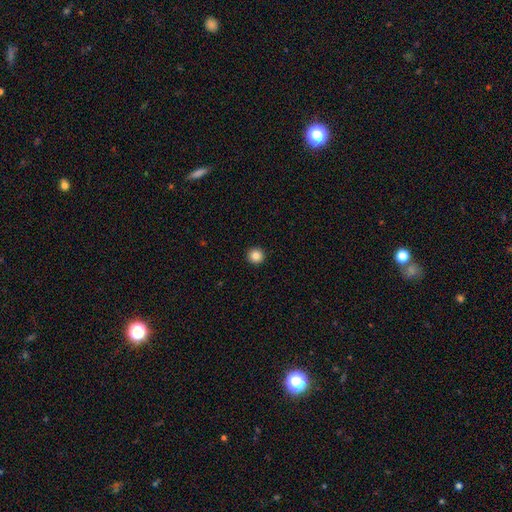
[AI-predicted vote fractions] Q: Smooth or featured?
A: smooth (85%); runner-up: star or artifact (10%)
Q: How rounded?
A: round (96%); runner-up: in between (3%)
Q: Merging?
A: none (94%); runner-up: minor disturbance (4%)